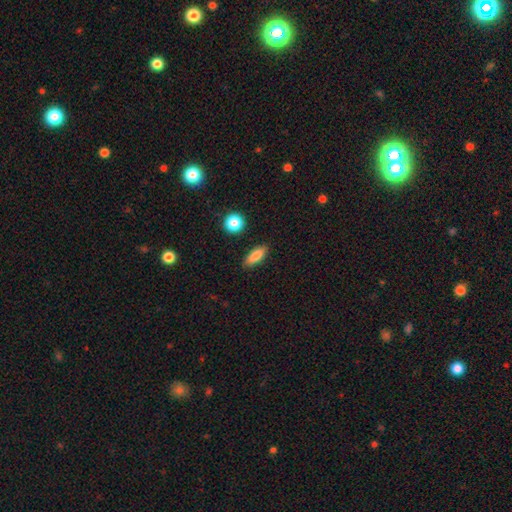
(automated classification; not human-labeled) Smooth or featured? smooth (83%)
How rounded? in between (71%)
Merging? none (87%)